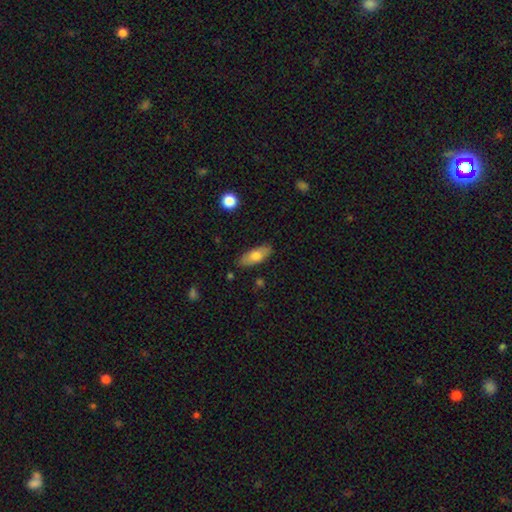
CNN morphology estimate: Smooth or featured? smooth (72%)
How rounded? in between (75%)
Merging? none (83%)